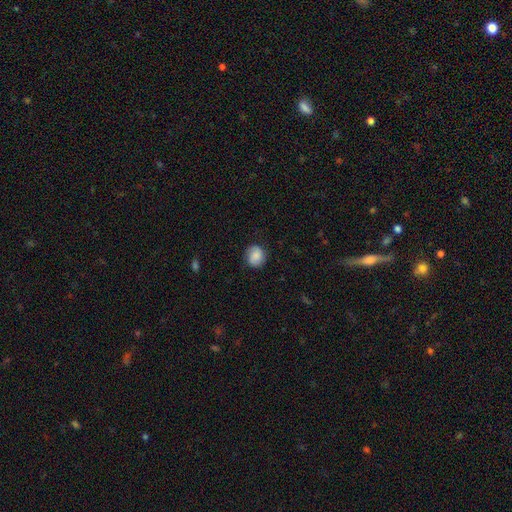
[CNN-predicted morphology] Smooth or featured? Predicted: smooth (p=0.77). How rounded? Predicted: round (p=0.82). Merging? Predicted: none (p=0.83).